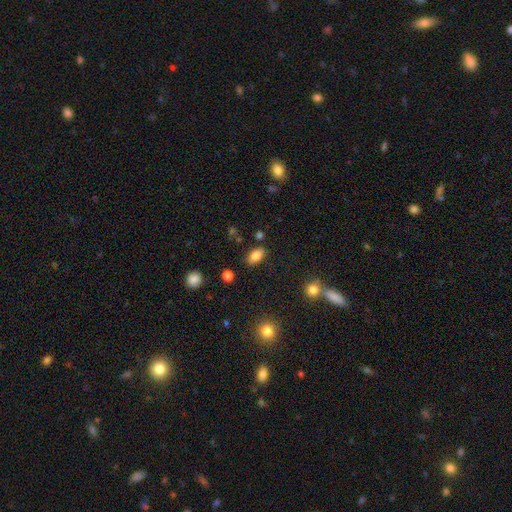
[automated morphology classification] This is clearly a smooth galaxy (83%). How rounded: clearly in between (90%). Merging: clearly none (82%).